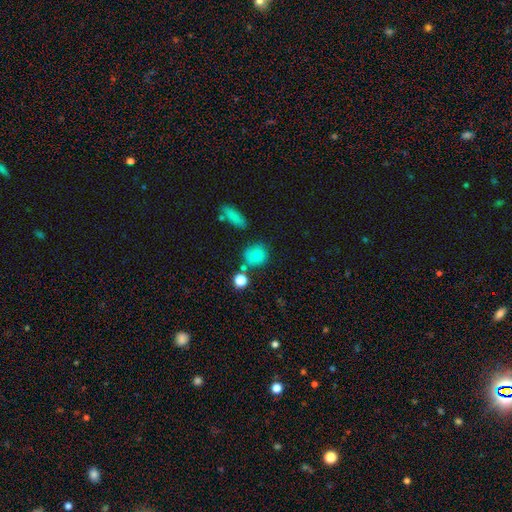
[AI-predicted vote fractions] Overall: smooth (81%). How rounded: round (83%). Merging: none (72%).